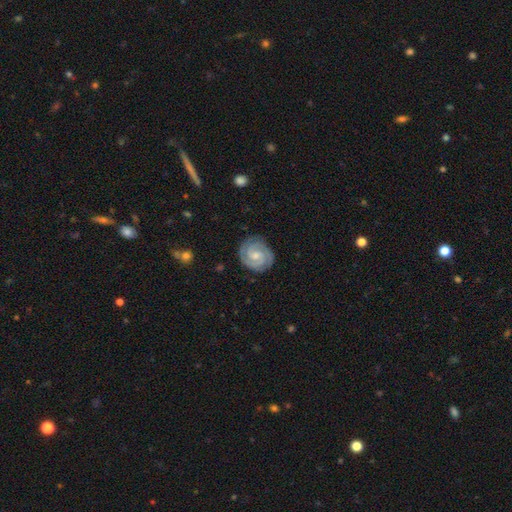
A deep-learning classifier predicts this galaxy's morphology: Q: Smooth or featured?
A: featured or disk (86%); runner-up: smooth (9%)
Q: Edge-on disk?
A: no (98%); runner-up: yes (2%)
Q: Bar?
A: no (49%); runner-up: weak (42%)
Q: Spiral arms?
A: yes (98%); runner-up: no (2%)
Q: Spiral winding?
A: tight (74%); runner-up: medium (23%)
Q: Spiral arm count?
A: 2 (72%); runner-up: 3 (14%)
Q: Bulge size?
A: small (46%); runner-up: moderate (43%)
Q: Merging?
A: none (84%); runner-up: minor disturbance (12%)